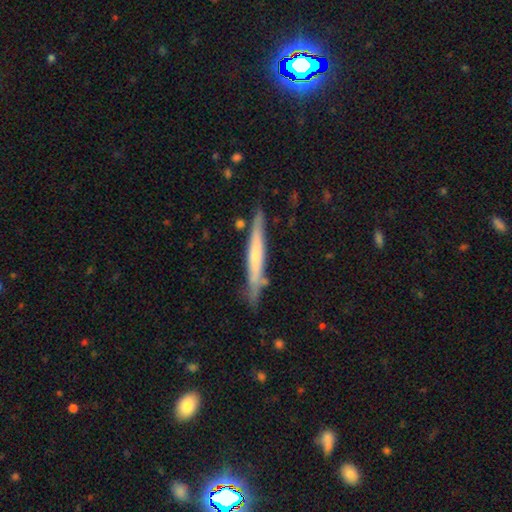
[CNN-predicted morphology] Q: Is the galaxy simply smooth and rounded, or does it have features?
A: featured or disk — 48%.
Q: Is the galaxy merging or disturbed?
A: none — 79%.